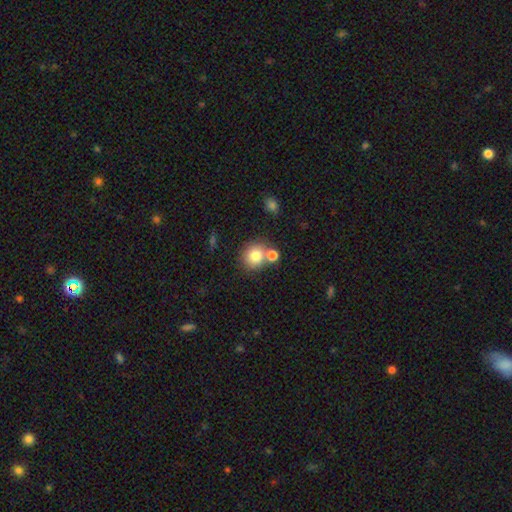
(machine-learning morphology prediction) Smooth or featured? smooth (79%)
How rounded? round (85%)
Merging? none (56%)